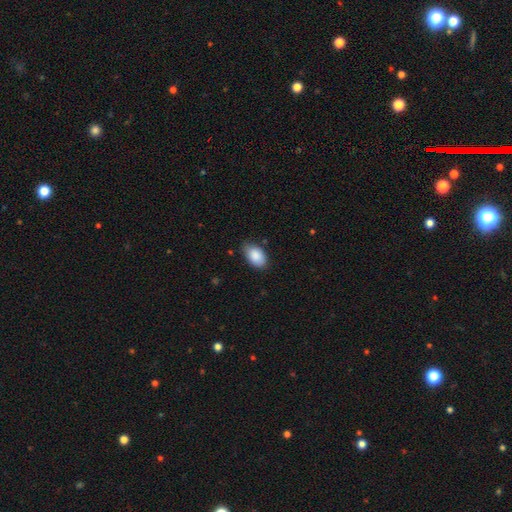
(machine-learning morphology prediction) Q: Smooth or featured?
A: smooth (88%); runner-up: star or artifact (6%)
Q: How rounded?
A: in between (92%); runner-up: round (7%)
Q: Merging?
A: none (74%); runner-up: minor disturbance (22%)